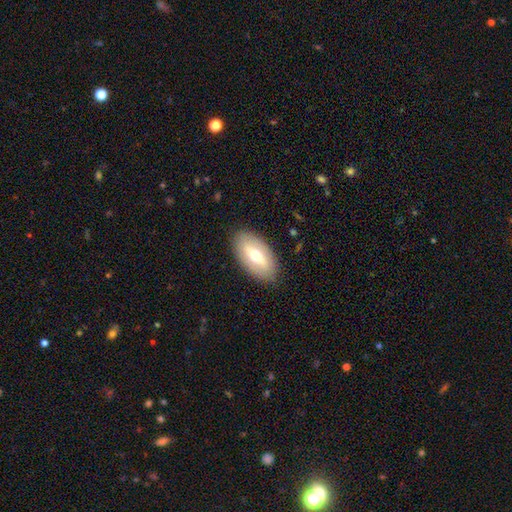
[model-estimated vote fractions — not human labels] smooth-or-featured: smooth: 55% | featured or disk: 38% | star or artifact: 6%
  how-rounded: in between: 93% | round: 4% | cigar-shaped: 3%
  merging: none: 85% | minor disturbance: 11% | major disturbance: 3% | merger: 1%